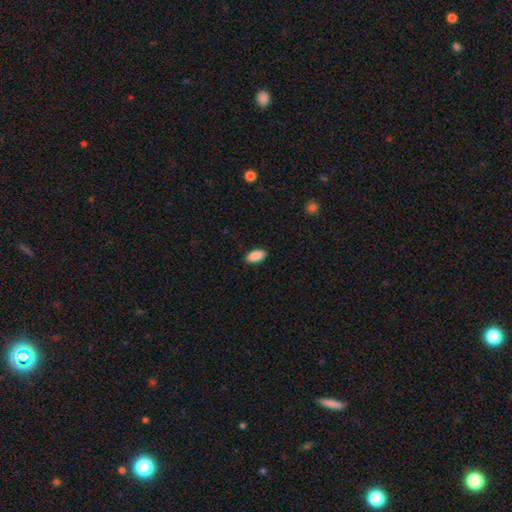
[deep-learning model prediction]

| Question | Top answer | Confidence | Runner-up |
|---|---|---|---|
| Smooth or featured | smooth | 89% | star or artifact (7%) |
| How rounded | in between | 92% | cigar-shaped (5%) |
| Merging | none | 88% | minor disturbance (9%) |